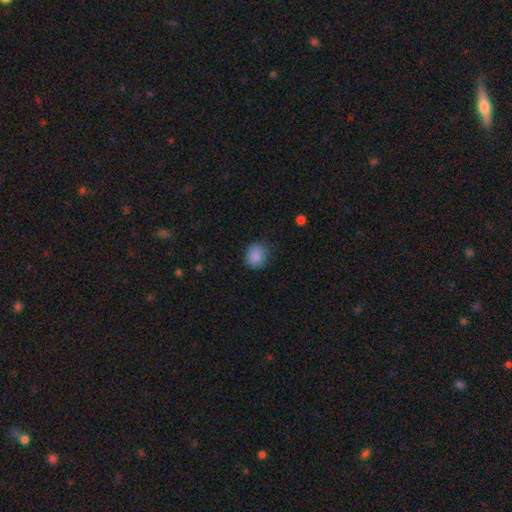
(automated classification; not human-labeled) A smooth galaxy with no disk features (87%) that is round (75%).

Vote fractions:
- Smooth or featured? smooth: 87% / star or artifact: 8% / featured or disk: 5%
- How rounded? round: 75% / in between: 24% / cigar-shaped: 1%
- Merging? none: 77% / minor disturbance: 18% / major disturbance: 4% / merger: 1%